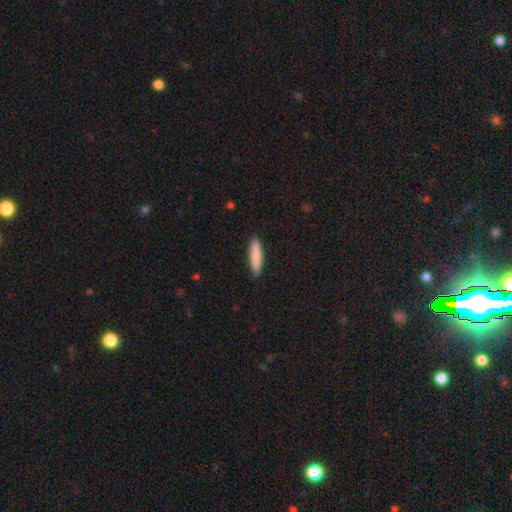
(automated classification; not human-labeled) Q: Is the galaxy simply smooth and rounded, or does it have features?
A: smooth — 85%.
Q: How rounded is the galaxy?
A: cigar-shaped — 82%.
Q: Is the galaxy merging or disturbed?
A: none — 90%.